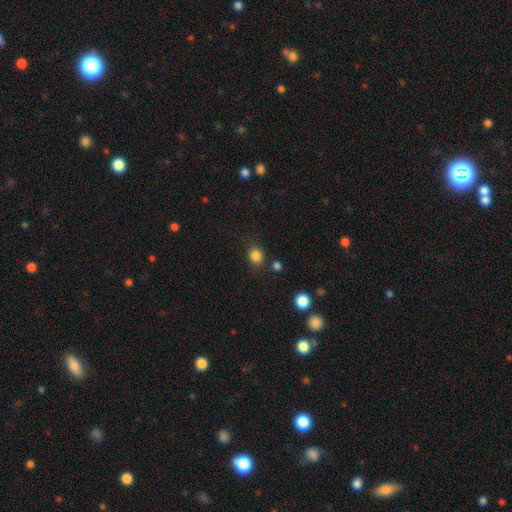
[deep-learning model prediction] The model was most divided on "how rounded": round: 70%, in between: 29%, cigar-shaped: 1%. More confident: smooth or featured — smooth (84%); merging — none (79%).